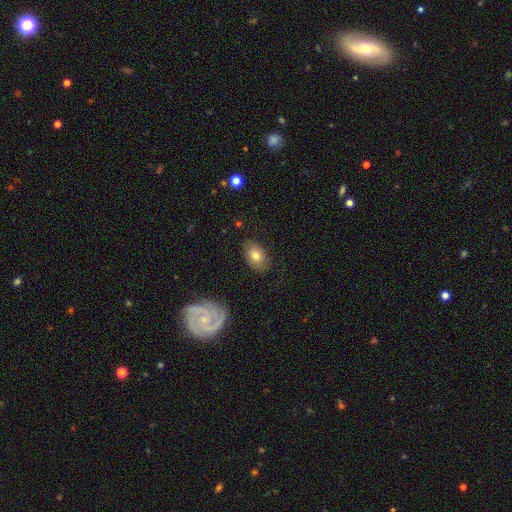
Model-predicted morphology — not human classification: Smooth or featured?
  - smooth: 72% *
  - featured or disk: 19%
  - star or artifact: 9%
How rounded?
  - in between: 85% *
  - round: 14%
  - cigar-shaped: 1%
Merging?
  - none: 80% *
  - minor disturbance: 15%
  - major disturbance: 4%
  - merger: 2%